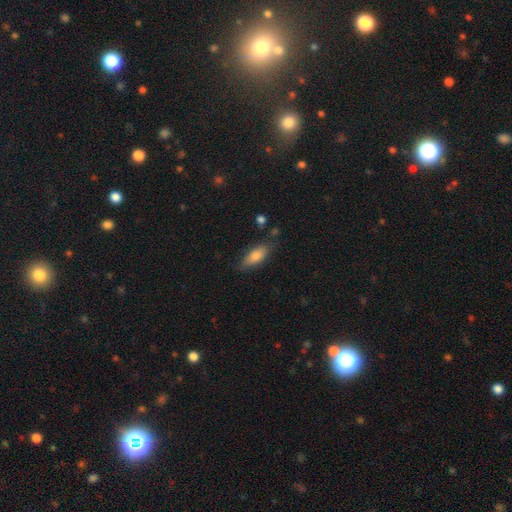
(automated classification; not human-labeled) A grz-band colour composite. It shows a smooth galaxy with no disk features (77%) that is in between round and cigar-shaped (71%). Merging: none (76%).